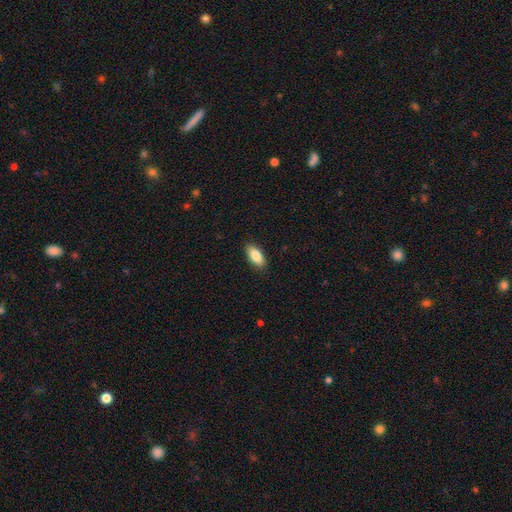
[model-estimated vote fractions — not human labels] smooth 86%, featured or disk 8%, star or artifact 6%. Down the decision tree: how rounded — in between (87%); merging — none (88%).